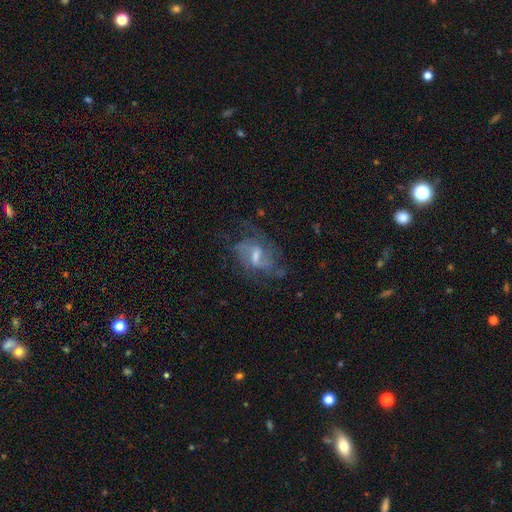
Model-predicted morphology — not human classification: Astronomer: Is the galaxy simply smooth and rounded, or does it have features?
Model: featured or disk — 77%.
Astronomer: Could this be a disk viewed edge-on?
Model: no — 95%.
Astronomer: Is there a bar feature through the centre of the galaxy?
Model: weak — 57%.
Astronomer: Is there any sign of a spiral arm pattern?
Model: yes — 86%.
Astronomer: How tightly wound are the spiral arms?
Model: medium — 45% (runner-up: loose, 35%).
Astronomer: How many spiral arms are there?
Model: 2 — 46% (runner-up: can't tell, 28%).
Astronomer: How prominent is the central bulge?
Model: moderate — 45% (runner-up: small, 36%).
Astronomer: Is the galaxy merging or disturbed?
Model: none — 55%.